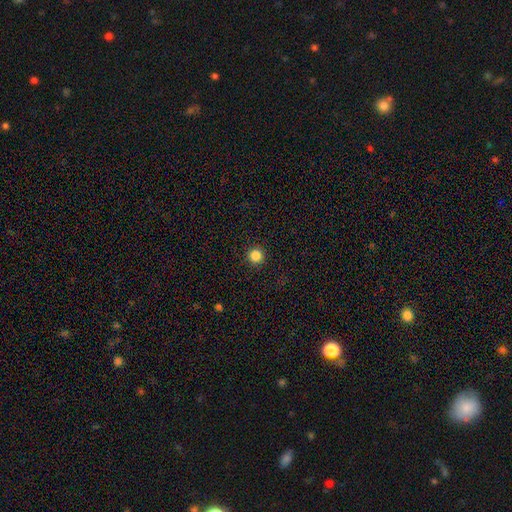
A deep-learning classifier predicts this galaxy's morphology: Overall: smooth (85%). How rounded: round (96%). Merging: none (93%).